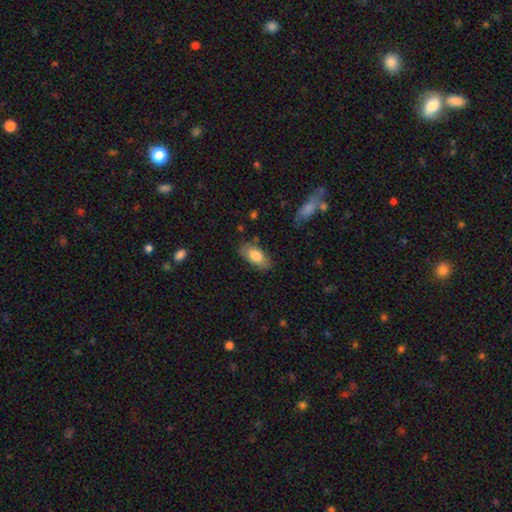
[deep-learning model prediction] Q: Smooth or featured?
A: smooth (79%); runner-up: featured or disk (15%)
Q: How rounded?
A: in between (90%); runner-up: cigar-shaped (6%)
Q: Merging?
A: none (78%); runner-up: minor disturbance (16%)